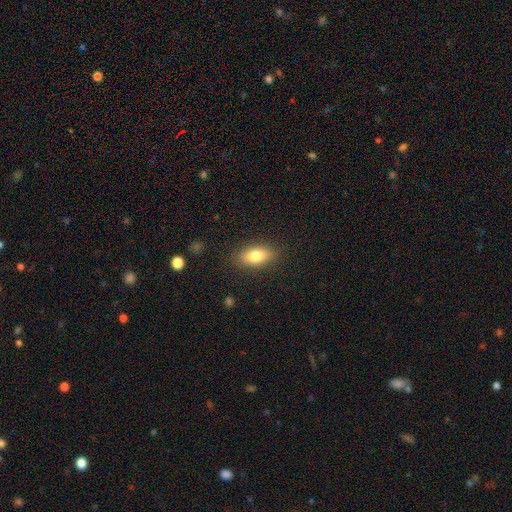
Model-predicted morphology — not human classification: type=smooth (78%); roundness=in between (84%); merging=none (86%).